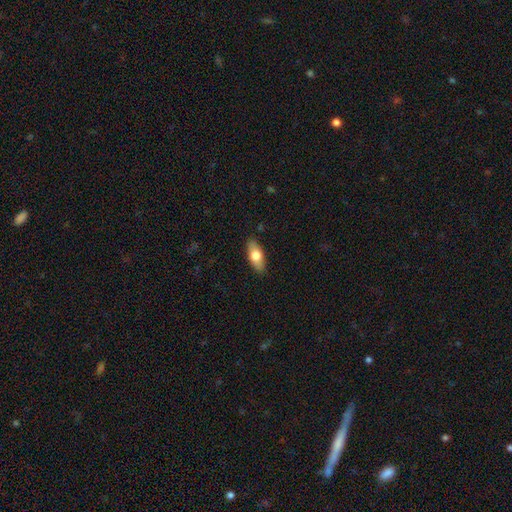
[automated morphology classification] smooth-or-featured: smooth: 72% | featured or disk: 22% | star or artifact: 6%
  how-rounded: in between: 83% | cigar-shaped: 14% | round: 3%
  merging: none: 87% | minor disturbance: 10% | major disturbance: 2% | merger: 1%